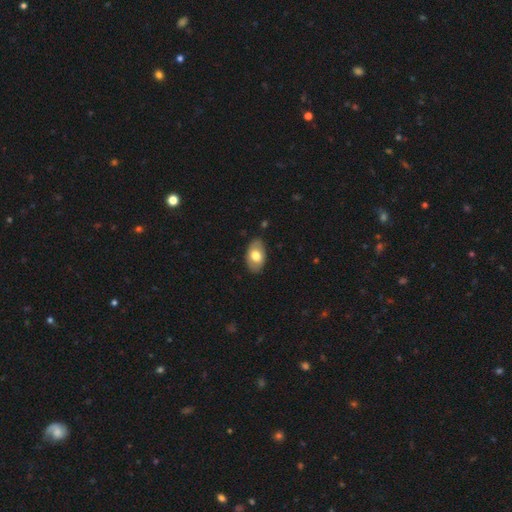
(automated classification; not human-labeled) Morphology: type=smooth (70%); roundness=in between (92%); merging=none (83%).